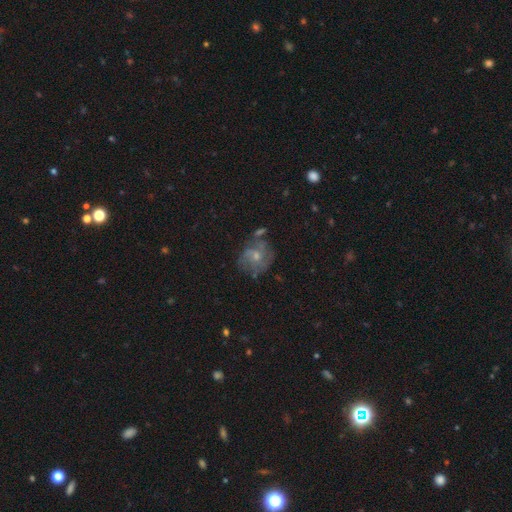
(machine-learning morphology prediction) A featured or disk galaxy (61%) with no bar (72%), spiral arms (75%) and a small central bulge (50%).

Vote fractions:
- Smooth or featured? featured or disk: 61% / smooth: 29% / star or artifact: 10%
- Edge-on disk? no: 98% / yes: 2%
- Bar? no: 72% / weak: 25% / strong: 3%
- Spiral arms? yes: 75% / no: 25%
- Bulge size? small: 50% / moderate: 43% / none: 4% / large: 2% / dominant: 1%
- Merging? none: 56% / minor disturbance: 22% / major disturbance: 13% / merger: 8%